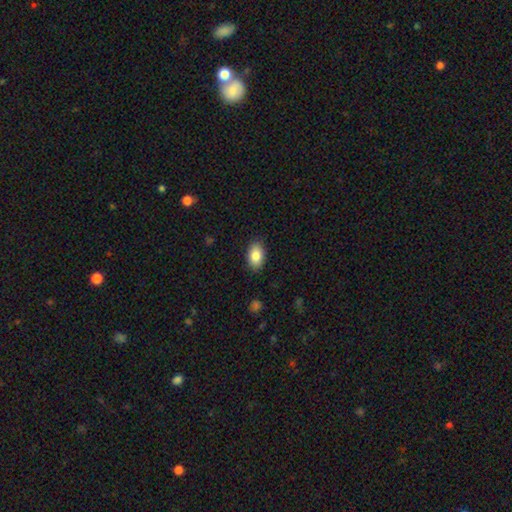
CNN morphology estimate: Smooth or featured?
  - smooth: 85% *
  - featured or disk: 7%
  - star or artifact: 7%
How rounded?
  - in between: 90% *
  - round: 9%
  - cigar-shaped: 1%
Merging?
  - none: 88% *
  - minor disturbance: 9%
  - major disturbance: 2%
  - merger: 1%